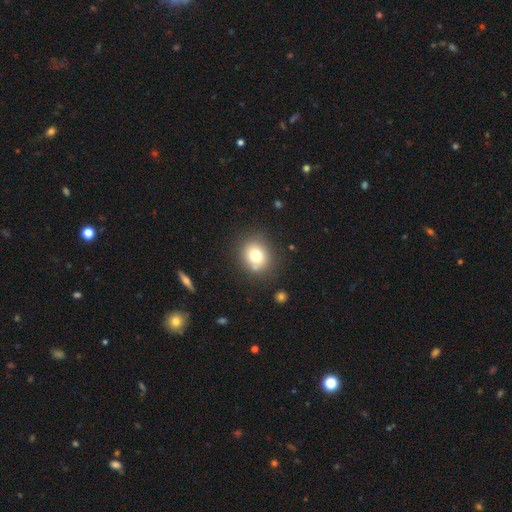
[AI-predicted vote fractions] Smooth or featured? smooth (75%)
How rounded? round (72%)
Merging? none (79%)